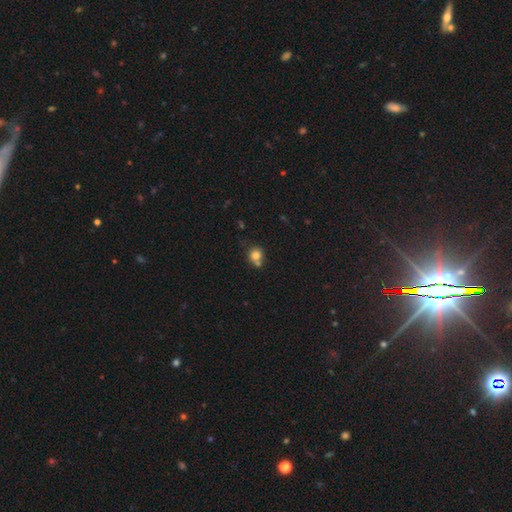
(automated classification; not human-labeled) Smooth or featured? Predicted: smooth (p=0.79). How rounded? Predicted: round (p=0.83). Merging? Predicted: none (p=0.52).